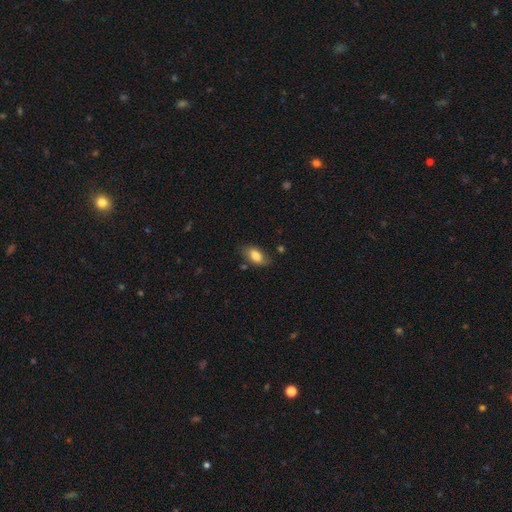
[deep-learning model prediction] This appears to be a smooth galaxy with no disk features (80%) that is in between round and cigar-shaped (91%). Merging: none (71%).